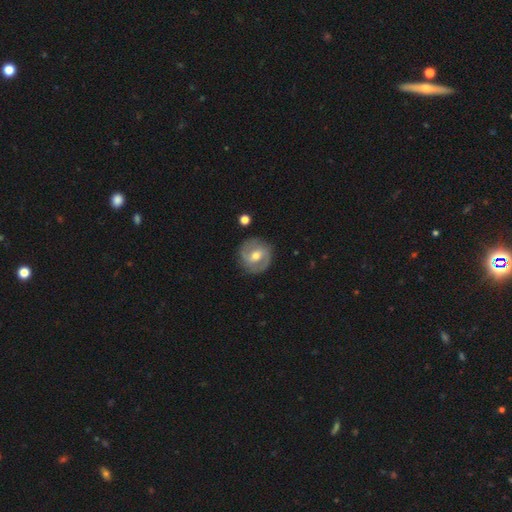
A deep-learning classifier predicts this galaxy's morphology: This appears to be a featured or disk galaxy (68%) with a weak bar (48%), 2 (82%) medium (46%) spiral arms (79%) and a moderate central bulge (72%). Merging: none (83%).